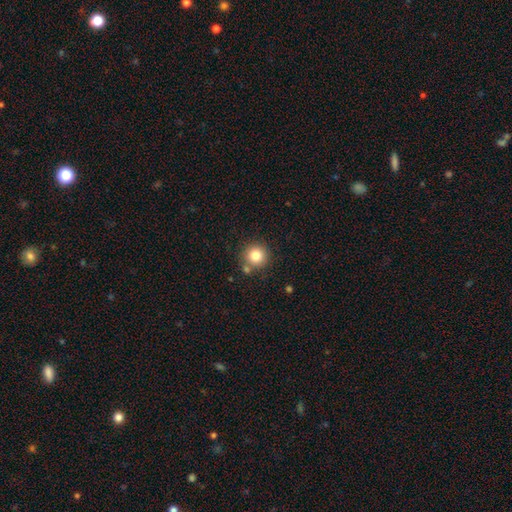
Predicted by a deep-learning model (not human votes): This appears to be a smooth galaxy with no disk features (81%) that is round (94%). Merging: none (78%).